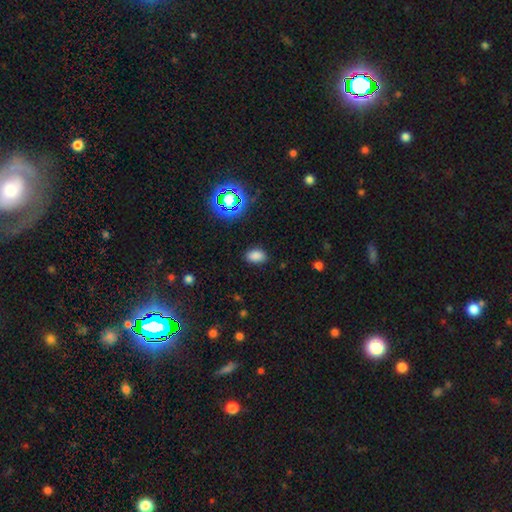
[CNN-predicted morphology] A smooth galaxy with no disk features (77%) that is in between round and cigar-shaped (87%). Merging: none (85%).